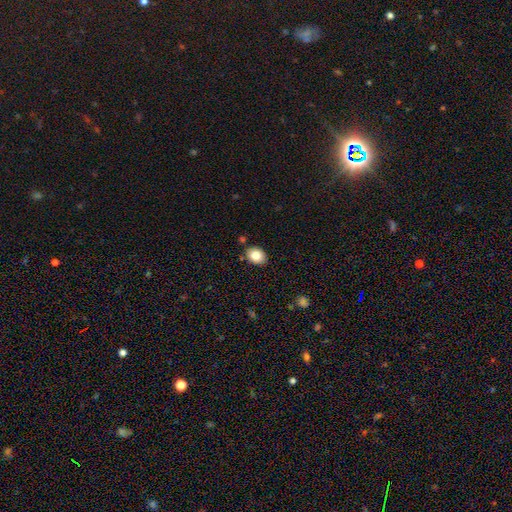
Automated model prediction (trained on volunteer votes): Smooth or featured: smooth — 84% (star or artifact — 8%)
How rounded: in between — 65% (round — 34%)
Merging: none — 85% (minor disturbance — 9%)